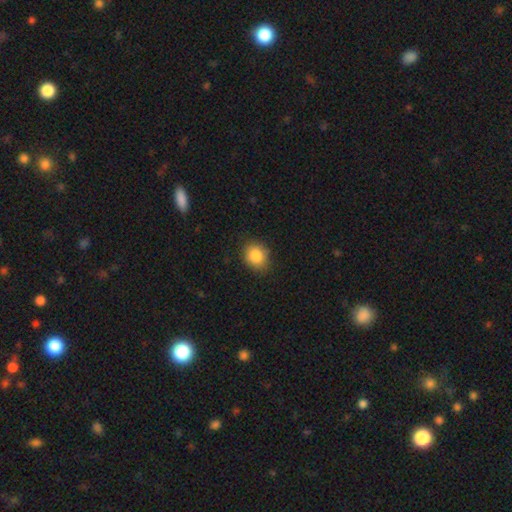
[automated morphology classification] Smooth or featured?
  - smooth: 86% *
  - star or artifact: 9%
  - featured or disk: 5%
How rounded?
  - round: 63% *
  - in between: 36%
  - cigar-shaped: 1%
Merging?
  - none: 85% *
  - minor disturbance: 11%
  - major disturbance: 2%
  - merger: 1%